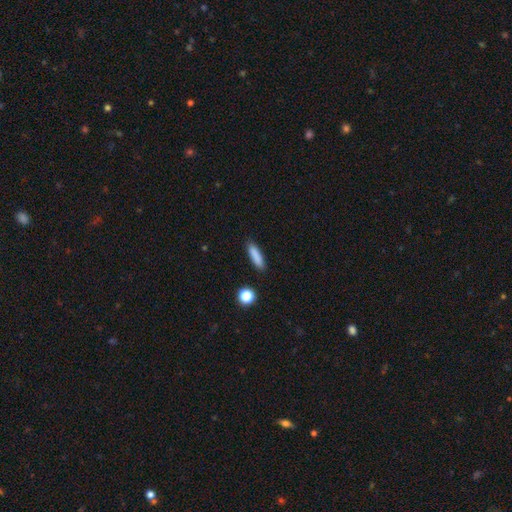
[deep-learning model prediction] Smooth or featured? smooth (85%)
How rounded? cigar-shaped (75%)
Merging? none (87%)